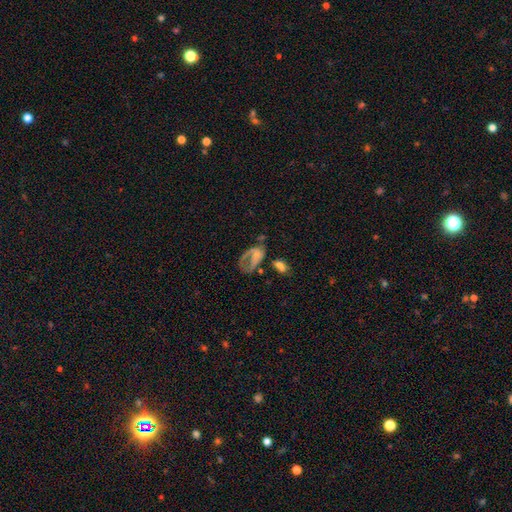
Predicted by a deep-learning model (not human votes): Smooth or featured?
  - featured or disk: 47% *
  - smooth: 43%
  - star or artifact: 11%
Merging?
  - major disturbance: 48% *
  - none: 21%
  - minor disturbance: 17%
  - merger: 15%